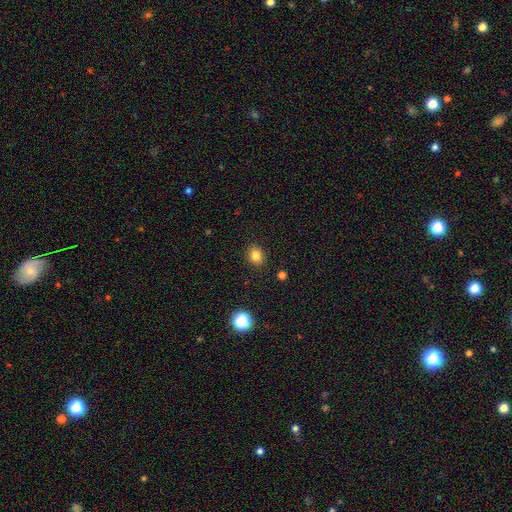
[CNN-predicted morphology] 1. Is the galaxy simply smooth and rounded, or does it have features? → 82% smooth, 12% star or artifact, 6% featured or disk.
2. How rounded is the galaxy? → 63% round, 36% in between, 1% cigar-shaped.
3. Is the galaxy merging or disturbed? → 90% none, 7% minor disturbance, 2% major disturbance, 1% merger.